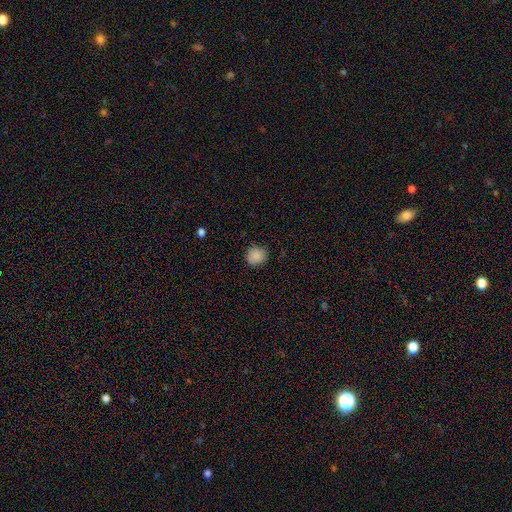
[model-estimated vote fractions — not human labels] The model was most divided on "how rounded": round: 85%, in between: 14%, cigar-shaped: 1%. More confident: smooth or featured — smooth (87%); merging — none (86%).